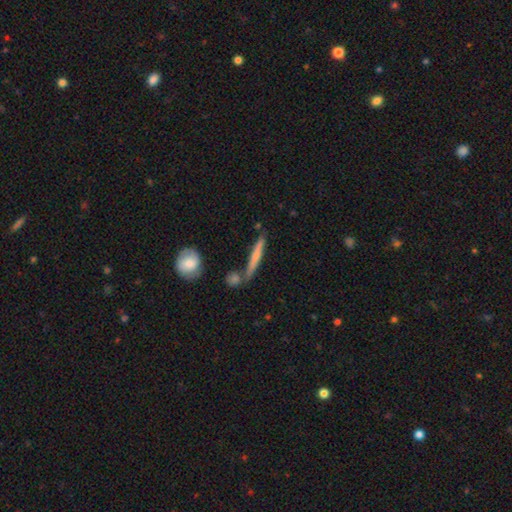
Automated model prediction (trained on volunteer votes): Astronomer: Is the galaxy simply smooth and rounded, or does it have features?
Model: smooth — 49% (runner-up: featured or disk, 44%).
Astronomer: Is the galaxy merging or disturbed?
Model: none — 76%.